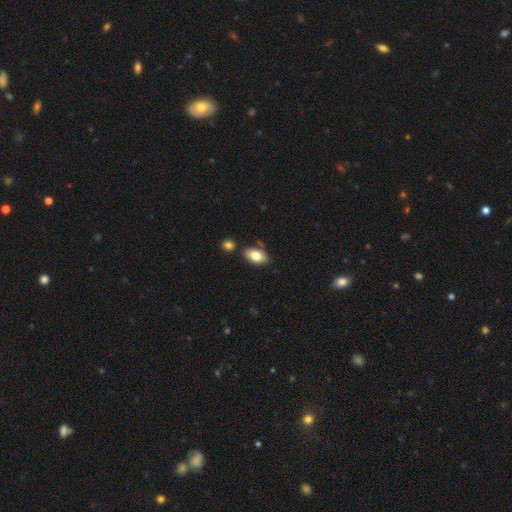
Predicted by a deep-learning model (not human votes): Morphology: type=smooth (82%); roundness=in between (91%); merging=none (77%).